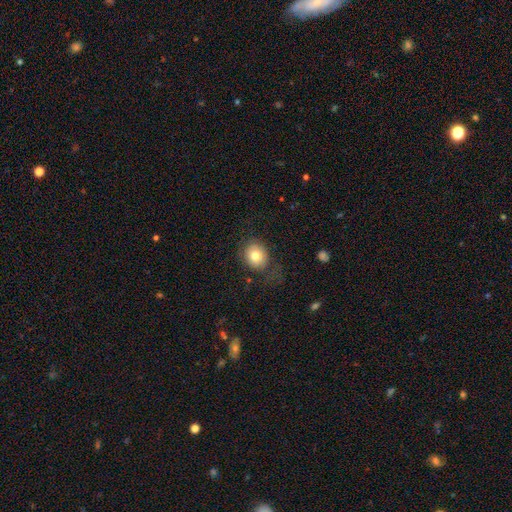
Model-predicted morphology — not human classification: smooth_or_featured: smooth (p=0.77) [alt: featured or disk p=0.12]
how_rounded: round (p=0.70) [alt: in between p=0.29]
merging: none (p=0.66) [alt: minor disturbance p=0.20]